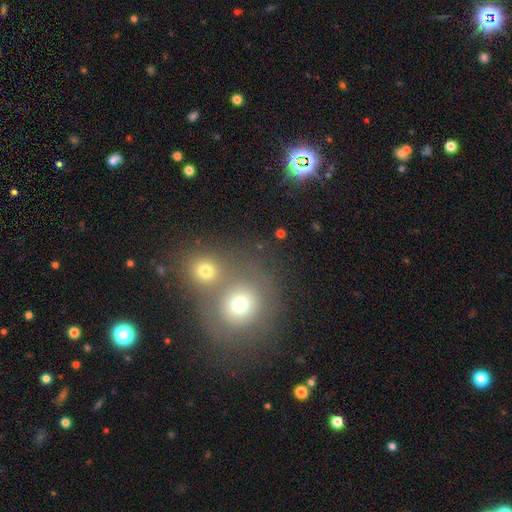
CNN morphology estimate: The model was most divided on "merging": none: 47%, merger: 42%, minor disturbance: 8%, major disturbance: 4%. More confident: how rounded — round (82%); smooth or featured — smooth (53%).